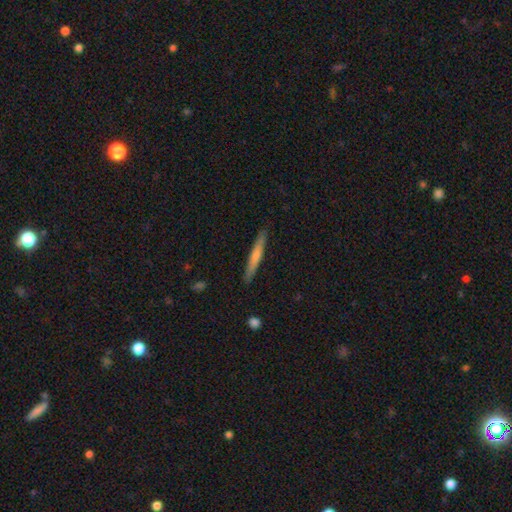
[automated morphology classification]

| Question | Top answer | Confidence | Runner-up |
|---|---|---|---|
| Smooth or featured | smooth | 61% | featured or disk (34%) |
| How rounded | cigar-shaped | 95% | in between (4%) |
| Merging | none | 89% | minor disturbance (8%) |